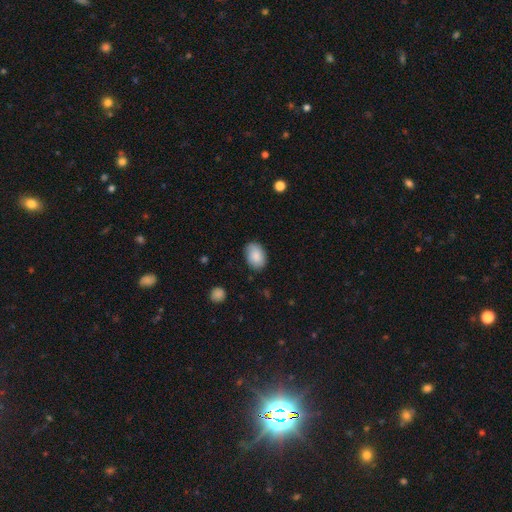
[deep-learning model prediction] smooth 86%, featured or disk 7%, star or artifact 7%. Down the decision tree: how rounded — in between (86%); merging — none (80%).